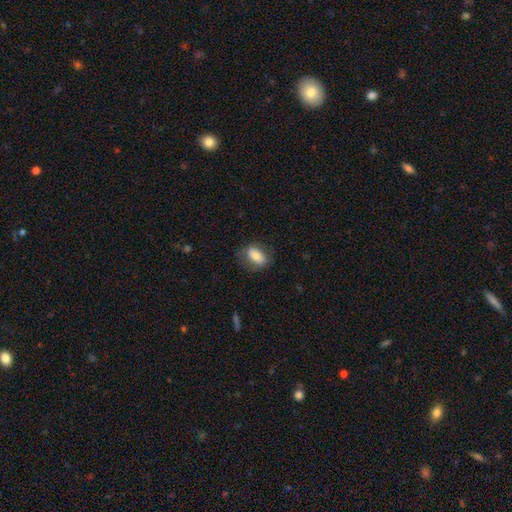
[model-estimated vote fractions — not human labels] smooth-or-featured: smooth: 74% | featured or disk: 19% | star or artifact: 7%
  how-rounded: in between: 86% | round: 10% | cigar-shaped: 4%
  merging: none: 71% | minor disturbance: 19% | major disturbance: 9% | merger: 1%